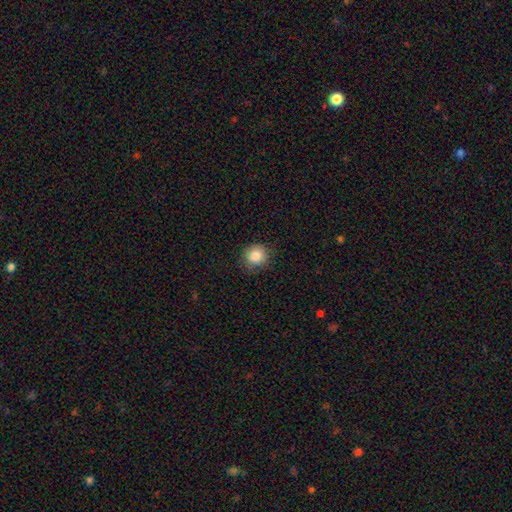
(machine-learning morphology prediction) The model was most divided on "how rounded": round: 86%, in between: 13%, cigar-shaped: 1%. More confident: smooth or featured — smooth (86%); merging — none (85%).